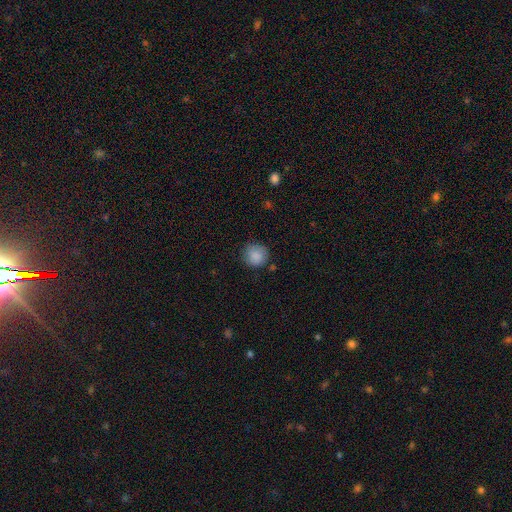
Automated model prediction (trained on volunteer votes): The model was most divided on "merging": none: 80%, minor disturbance: 15%, major disturbance: 3%, merger: 2%. More confident: how rounded — round (92%); smooth or featured — smooth (88%).